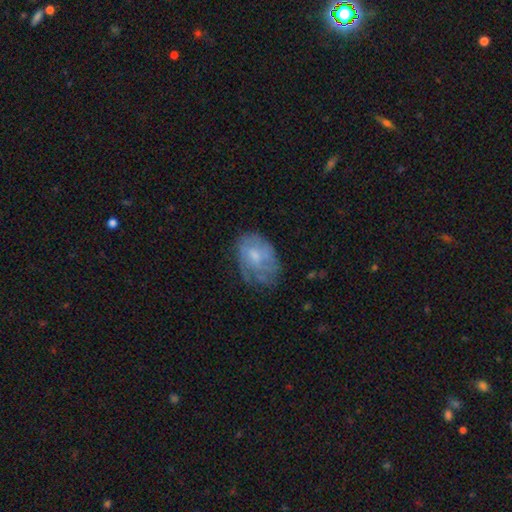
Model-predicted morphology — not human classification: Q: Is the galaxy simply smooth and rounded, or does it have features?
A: featured or disk — 48%.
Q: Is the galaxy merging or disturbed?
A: none — 51%.